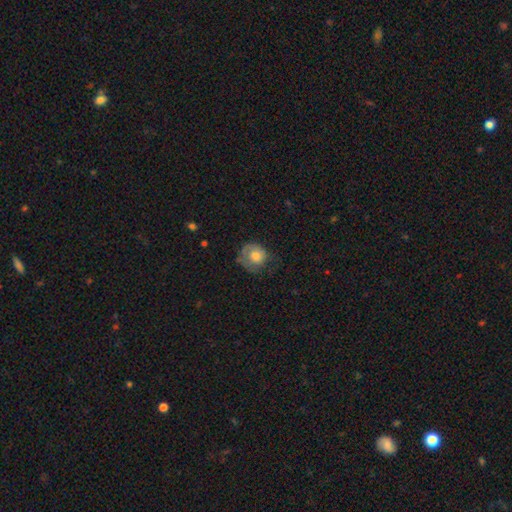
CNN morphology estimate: Smooth or featured? smooth (65%)
How rounded? round (75%)
Merging? none (46%)